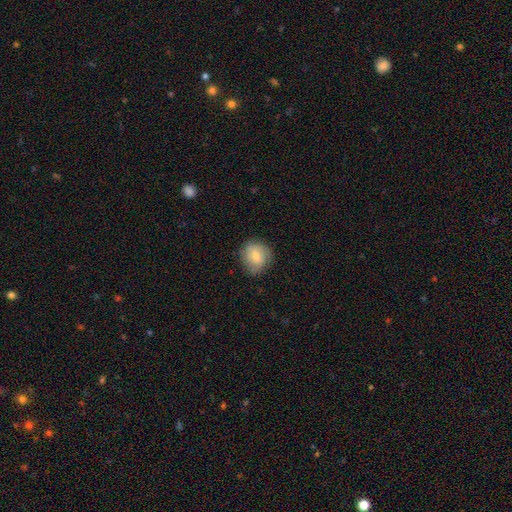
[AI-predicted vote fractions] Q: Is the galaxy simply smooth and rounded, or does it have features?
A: smooth — 63%.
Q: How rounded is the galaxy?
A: round — 76%.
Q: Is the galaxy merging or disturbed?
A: none — 75%.